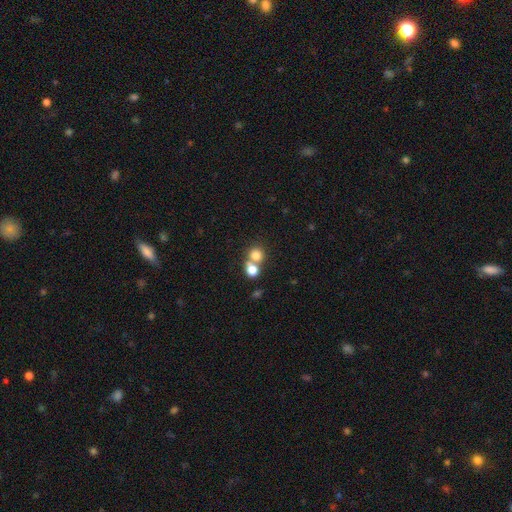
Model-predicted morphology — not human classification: Smooth or featured?
  - smooth: 77% *
  - star or artifact: 13%
  - featured or disk: 11%
How rounded?
  - round: 82% *
  - in between: 18%
  - cigar-shaped: 1%
Merging?
  - merger: 50% *
  - none: 42%
  - minor disturbance: 6%
  - major disturbance: 3%